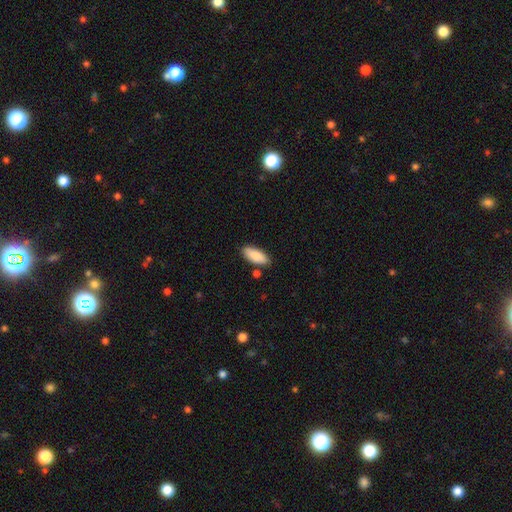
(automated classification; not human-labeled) The model was most divided on "how rounded": in between: 81%, cigar-shaped: 17%, round: 2%. More confident: smooth or featured — smooth (87%); merging — none (83%).